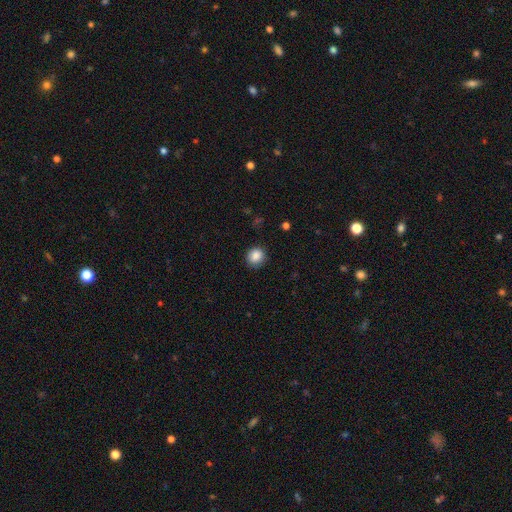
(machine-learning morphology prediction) A smooth galaxy with no disk features (87%) that is round (79%). Merging: none (86%).